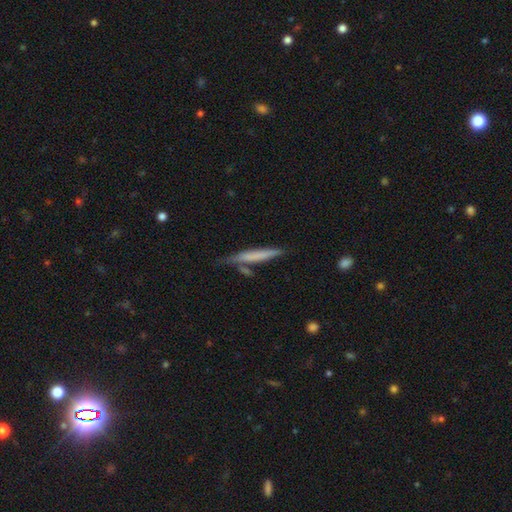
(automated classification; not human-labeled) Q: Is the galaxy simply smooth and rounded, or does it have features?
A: smooth — 62%.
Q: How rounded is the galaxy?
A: cigar-shaped — 94%.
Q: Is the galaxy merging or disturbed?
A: none — 68%.